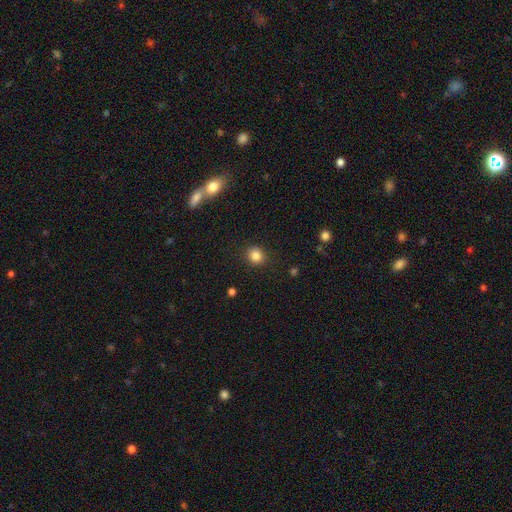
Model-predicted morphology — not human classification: smooth-or-featured: smooth: 84% | star or artifact: 11% | featured or disk: 5%
  how-rounded: round: 79% | in between: 20% | cigar-shaped: 1%
  merging: none: 89% | minor disturbance: 7% | major disturbance: 2% | merger: 1%